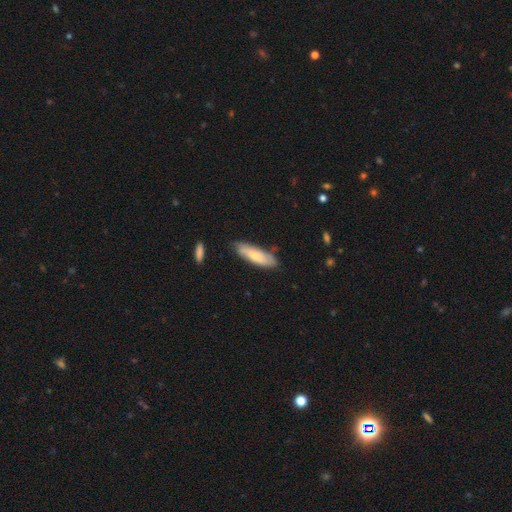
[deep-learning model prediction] smooth 68%, featured or disk 26%, star or artifact 6%. Down the decision tree: how rounded — cigar-shaped (56%); merging — none (75%).